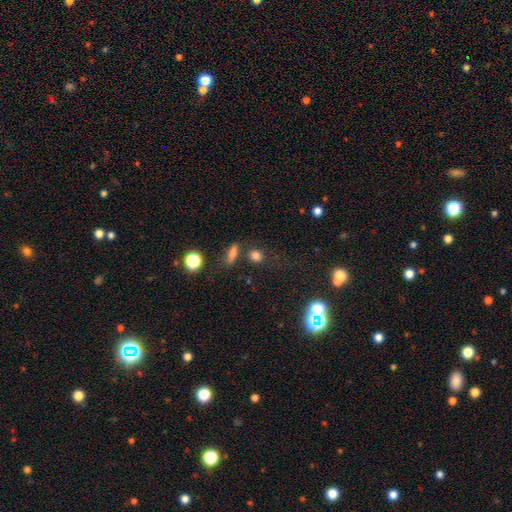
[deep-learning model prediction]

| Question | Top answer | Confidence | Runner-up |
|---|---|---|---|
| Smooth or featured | smooth | 76% | star or artifact (17%) |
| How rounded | round | 65% | in between (30%) |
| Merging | none | 73% | minor disturbance (12%) |